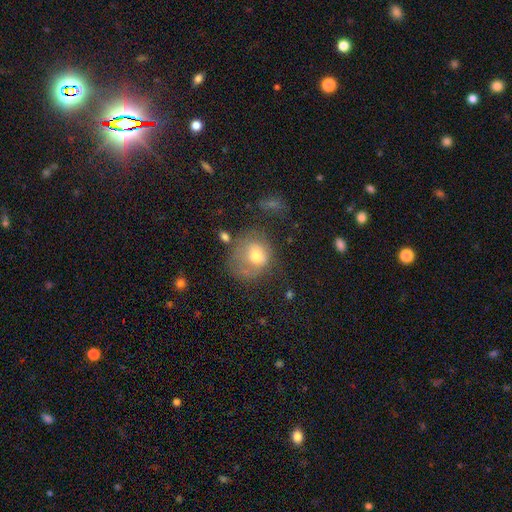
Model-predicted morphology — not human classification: type=smooth (61%); roundness=round (67%); merging=none (35%).